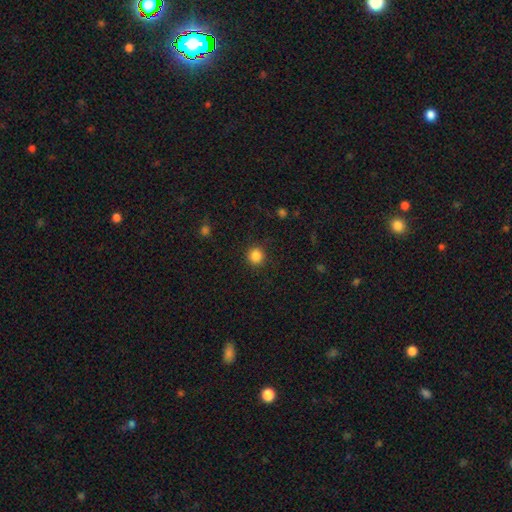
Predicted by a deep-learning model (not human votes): Smooth or featured? Predicted: smooth (p=0.86). How rounded? Predicted: round (p=0.93). Merging? Predicted: none (p=0.90).